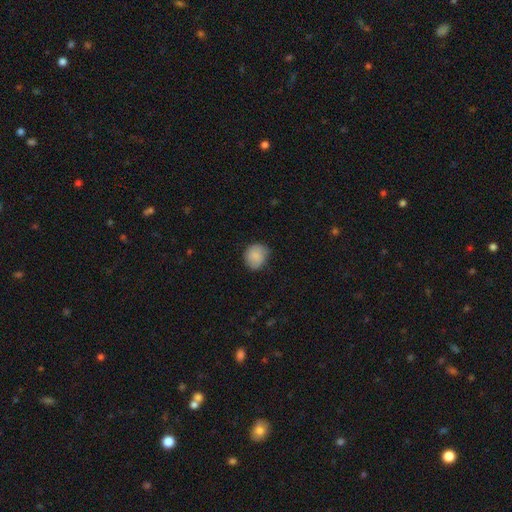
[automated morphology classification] smooth_or_featured: smooth (p=0.84) [alt: featured or disk p=0.09]
how_rounded: round (p=0.77) [alt: in between p=0.22]
merging: none (p=0.71) [alt: minor disturbance p=0.24]